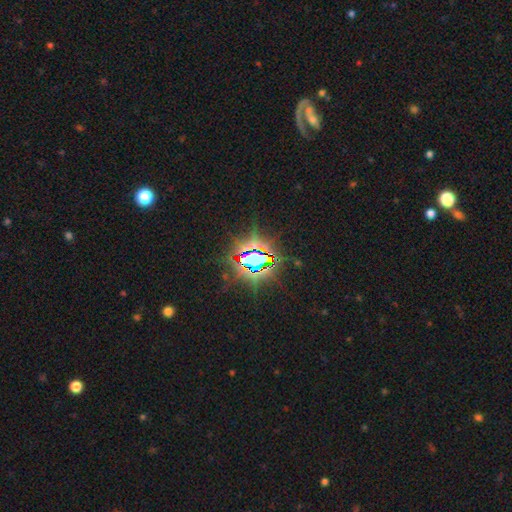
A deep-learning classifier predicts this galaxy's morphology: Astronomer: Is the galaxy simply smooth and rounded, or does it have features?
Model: star or artifact — 82%.